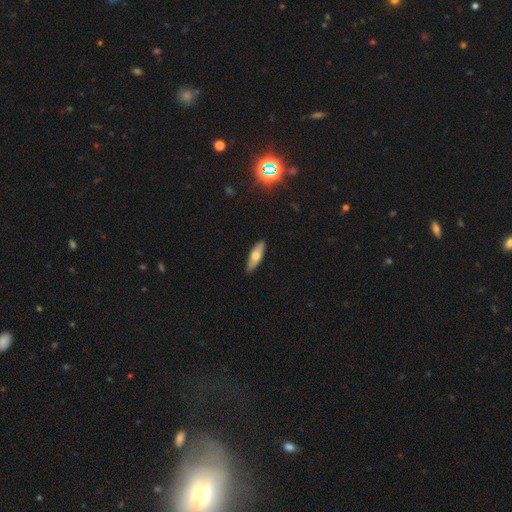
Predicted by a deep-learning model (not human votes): This appears to be a smooth galaxy with no disk features (63%) that is in between round and cigar-shaped (52%). Merging: none (88%).